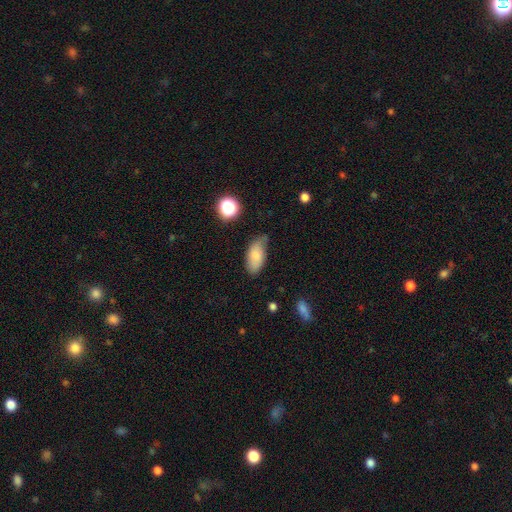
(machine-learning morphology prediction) This is likely a smooth galaxy (76%). How rounded: clearly in between (91%). Merging: possibly none (60%).